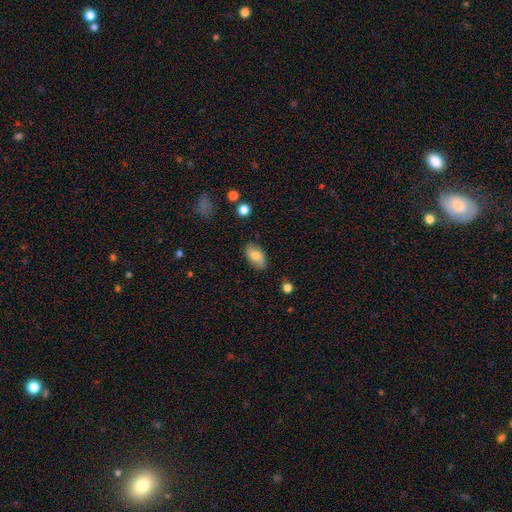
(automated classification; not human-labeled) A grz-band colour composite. It shows a smooth galaxy with no disk features (73%) that is in between round and cigar-shaped (92%). Merging: none (81%).